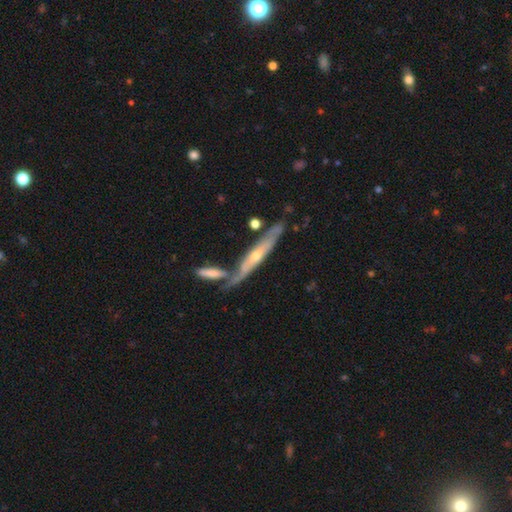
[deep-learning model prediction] This appears to be a featured or disk galaxy (70%) viewed edge-on (82%) with a rounded central bulge (72%). Merging: none (61%).